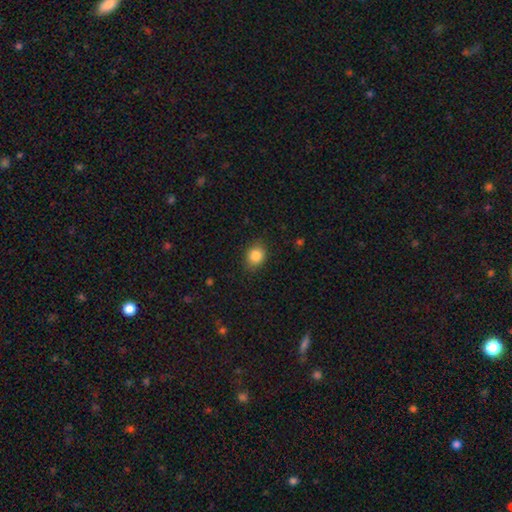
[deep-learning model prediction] Smooth or featured? smooth (85%)
How rounded? round (57%)
Merging? none (83%)